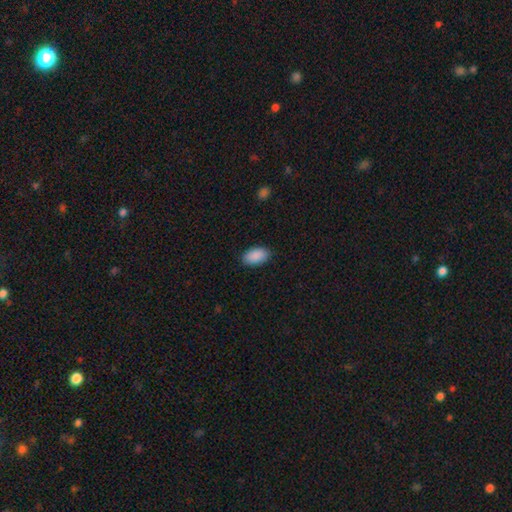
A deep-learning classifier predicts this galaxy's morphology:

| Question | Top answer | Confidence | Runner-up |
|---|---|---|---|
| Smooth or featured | smooth | 91% | star or artifact (6%) |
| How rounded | in between | 94% | round (4%) |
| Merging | none | 88% | minor disturbance (9%) |